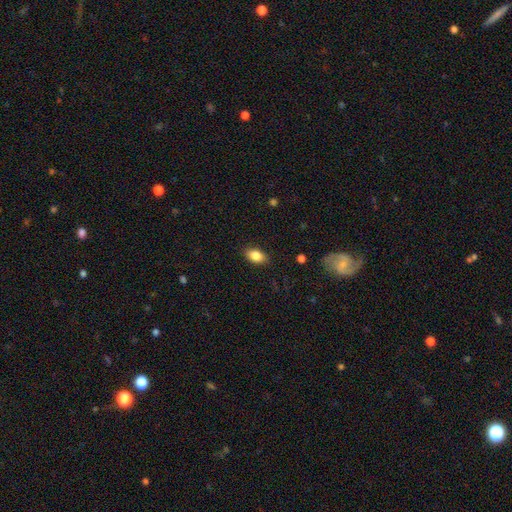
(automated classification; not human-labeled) smooth-or-featured: smooth: 85% | star or artifact: 8% | featured or disk: 7%
  how-rounded: in between: 88% | round: 10% | cigar-shaped: 2%
  merging: none: 87% | minor disturbance: 10% | major disturbance: 2% | merger: 1%